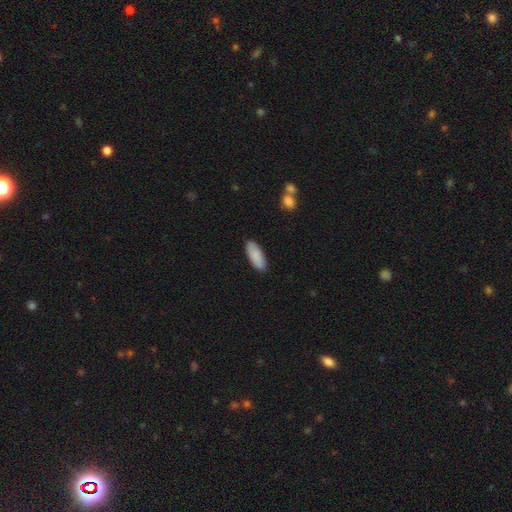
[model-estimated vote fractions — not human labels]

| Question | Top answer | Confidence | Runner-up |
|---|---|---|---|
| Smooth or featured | smooth | 87% | featured or disk (7%) |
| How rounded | in between | 77% | cigar-shaped (21%) |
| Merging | none | 87% | minor disturbance (10%) |